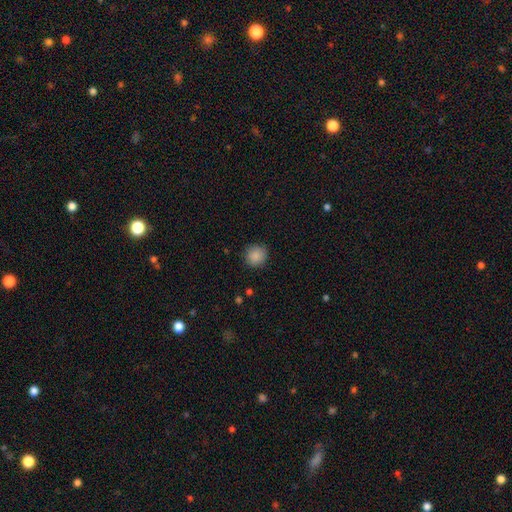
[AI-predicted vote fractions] smooth 88%, star or artifact 9%, featured or disk 4%. Down the decision tree: how rounded — round (92%); merging — none (88%).